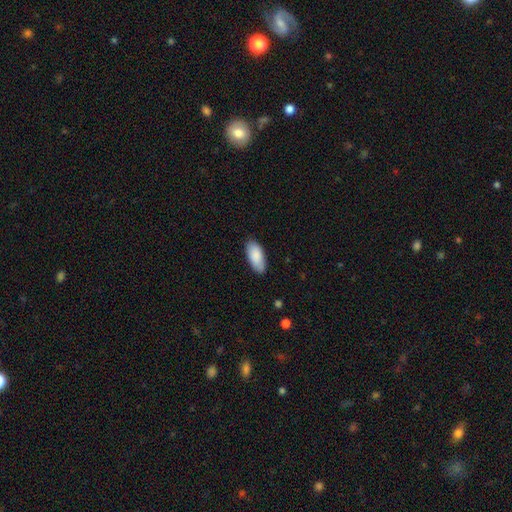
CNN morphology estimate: smooth 88%, featured or disk 6%, star or artifact 6%. Down the decision tree: how rounded — in between (91%); merging — none (83%).